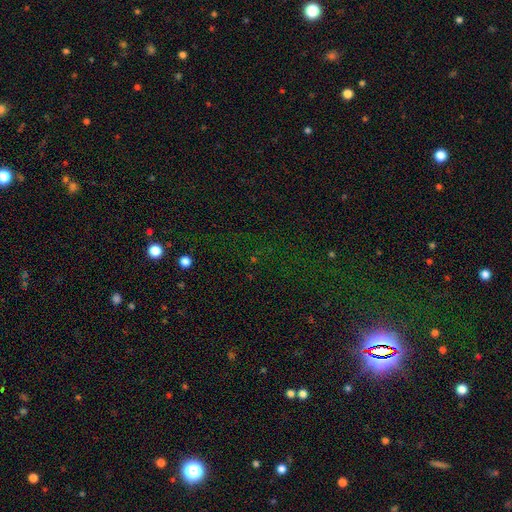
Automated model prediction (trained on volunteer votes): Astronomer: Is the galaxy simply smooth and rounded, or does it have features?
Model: star or artifact — 77%.